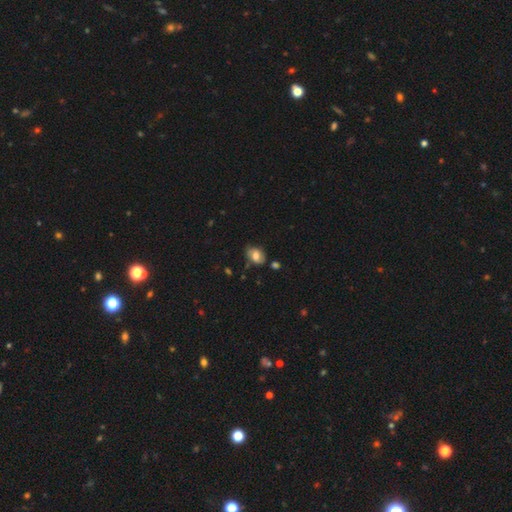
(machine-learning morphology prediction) Smooth or featured: smooth — 64% (featured or disk — 27%)
How rounded: in between — 79% (round — 20%)
Merging: none — 67% (minor disturbance — 23%)